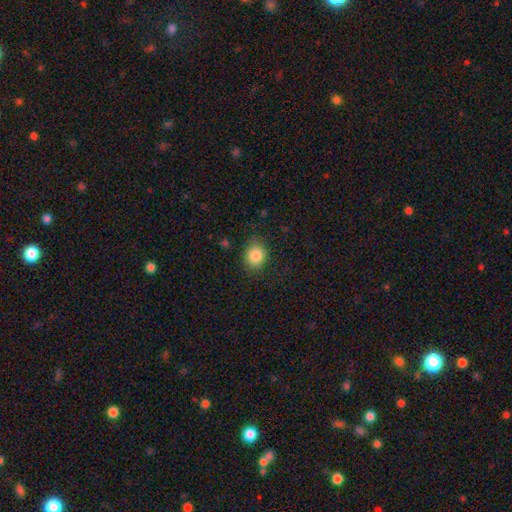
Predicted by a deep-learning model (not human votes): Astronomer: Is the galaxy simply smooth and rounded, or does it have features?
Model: smooth — 85%.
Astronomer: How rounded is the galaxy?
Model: round — 69%.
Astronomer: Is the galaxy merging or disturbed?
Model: none — 80%.